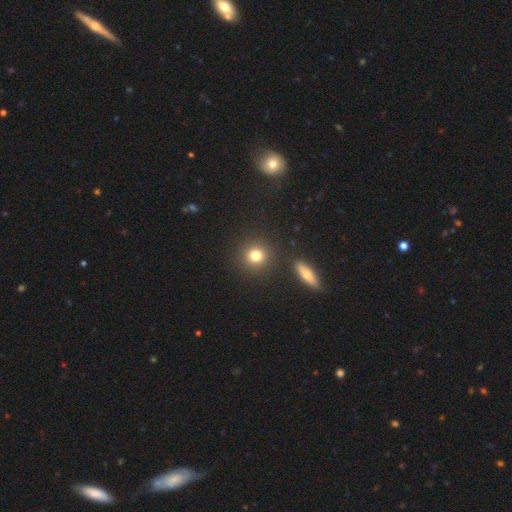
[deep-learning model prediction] Smooth or featured?
  - smooth: 80% *
  - star or artifact: 12%
  - featured or disk: 8%
How rounded?
  - round: 88% *
  - in between: 10%
  - cigar-shaped: 1%
Merging?
  - none: 87% *
  - minor disturbance: 6%
  - merger: 4%
  - major disturbance: 2%